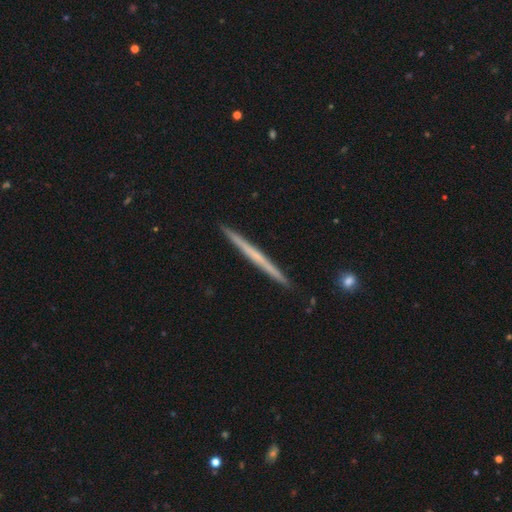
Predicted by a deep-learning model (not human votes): Smooth or featured: featured or disk — 57% (smooth — 38%)
Edge-on disk: yes — 98% (no — 2%)
Edge-on bulge: none — 87% (rounded — 10%)
Merging: none — 92% (minor disturbance — 6%)